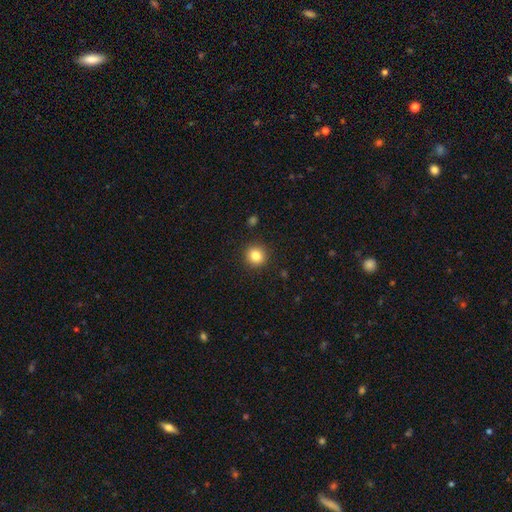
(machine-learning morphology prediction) Smooth or featured? Predicted: smooth (p=0.84). How rounded? Predicted: round (p=0.92). Merging? Predicted: none (p=0.91).